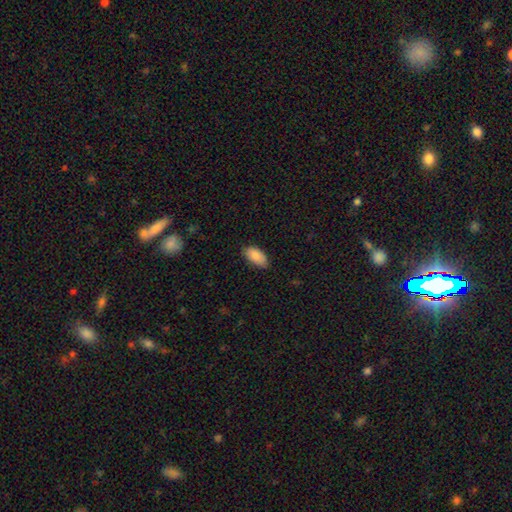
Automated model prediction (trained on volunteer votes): smooth-or-featured: smooth: 88% | star or artifact: 7% | featured or disk: 5%
  how-rounded: in between: 93% | cigar-shaped: 4% | round: 2%
  merging: none: 82% | minor disturbance: 14% | major disturbance: 2% | merger: 1%